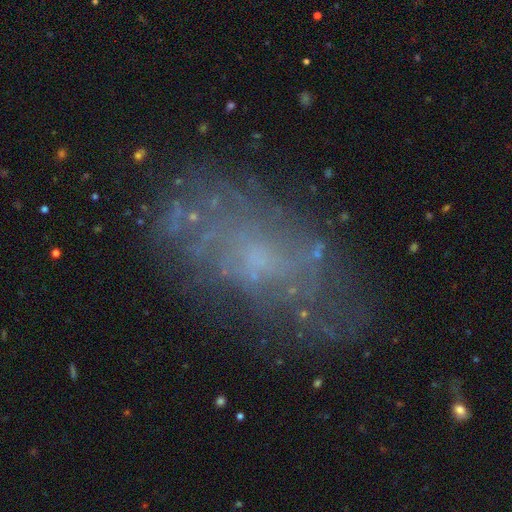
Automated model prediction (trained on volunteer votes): smooth_or_featured: featured or disk (p=0.54) [alt: smooth p=0.30]
disk_edge_on: no (p=0.92) [alt: yes p=0.08]
merging: none (p=0.72) [alt: minor disturbance p=0.16]